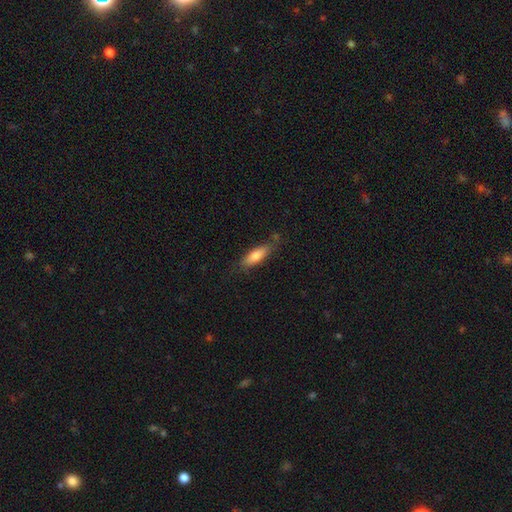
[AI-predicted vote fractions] Smooth or featured: smooth — 76% (featured or disk — 17%)
How rounded: in between — 51% (cigar-shaped — 47%)
Merging: none — 73% (minor disturbance — 20%)